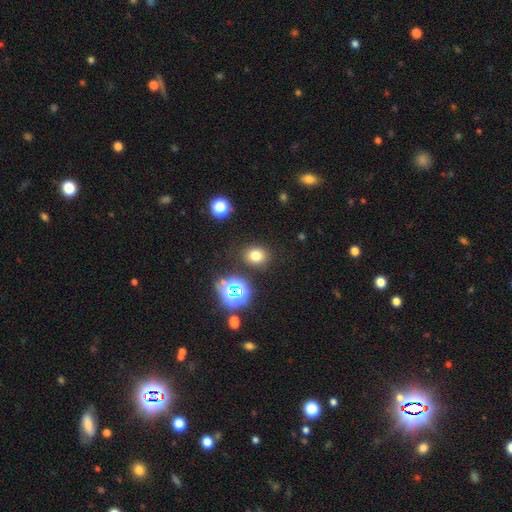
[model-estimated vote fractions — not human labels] Morphology: type=smooth (74%); roundness=round (63%); merging=none (85%).